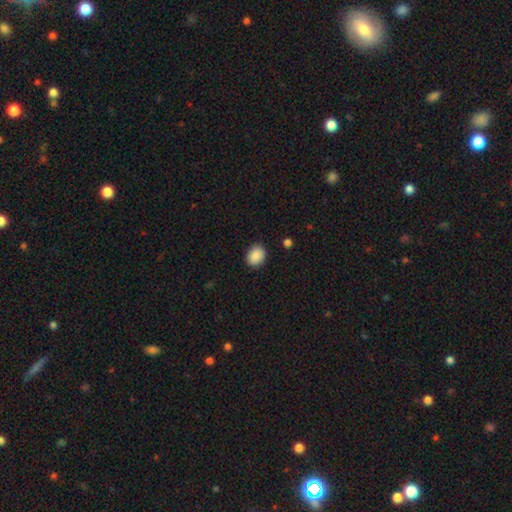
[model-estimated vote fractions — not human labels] Smooth or featured?
  - smooth: 89% *
  - star or artifact: 8%
  - featured or disk: 3%
How rounded?
  - in between: 54% *
  - round: 45%
  - cigar-shaped: 1%
Merging?
  - none: 86% *
  - minor disturbance: 10%
  - major disturbance: 2%
  - merger: 1%